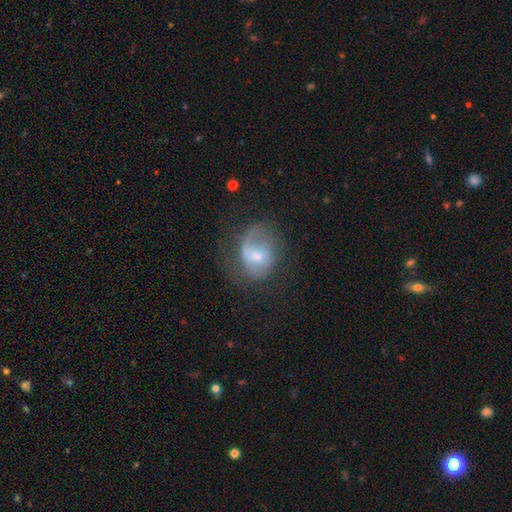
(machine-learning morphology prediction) smooth-or-featured: featured or disk: 54% | smooth: 37% | star or artifact: 9%
  disk-edge-on: no: 96% | yes: 4%
    bar: no: 48% | weak: 42% | strong: 10%
    has-spiral-arms: yes: 70% | no: 30%
    bulge-size: moderate: 50% | small: 41% | large: 4% | none: 4% | dominant: 1%
  merging: none: 44% | major disturbance: 28% | minor disturbance: 26% | merger: 2%